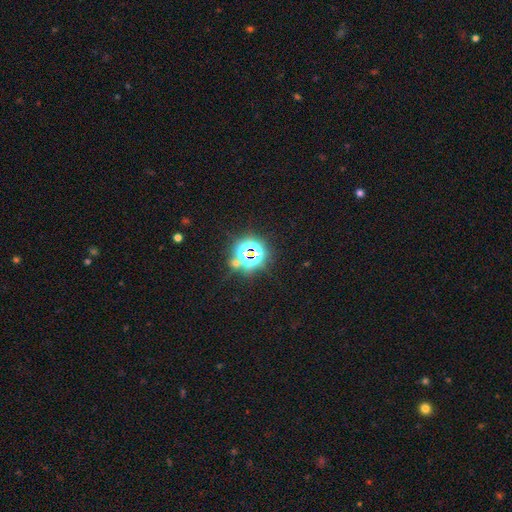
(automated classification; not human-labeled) Overall: star or artifact (71%).